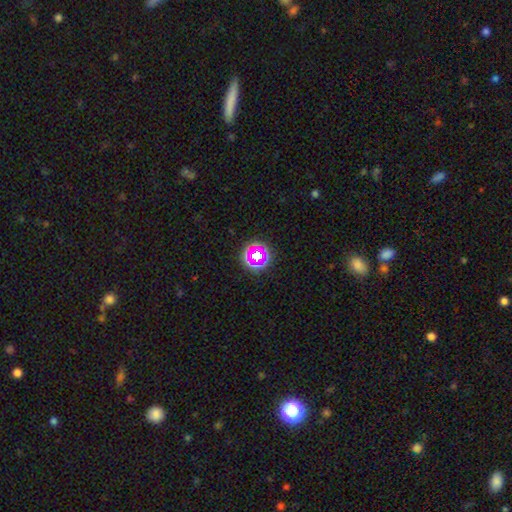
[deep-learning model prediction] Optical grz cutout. It shows a star or artifact, not a galaxy (47%).